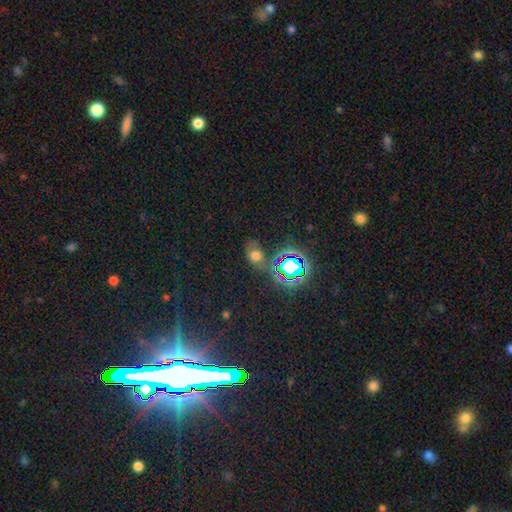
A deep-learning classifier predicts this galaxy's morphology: Q: Smooth or featured?
A: smooth (54%); runner-up: star or artifact (35%)
Q: How rounded?
A: in between (67%); runner-up: round (30%)
Q: Merging?
A: none (60%); runner-up: minor disturbance (20%)